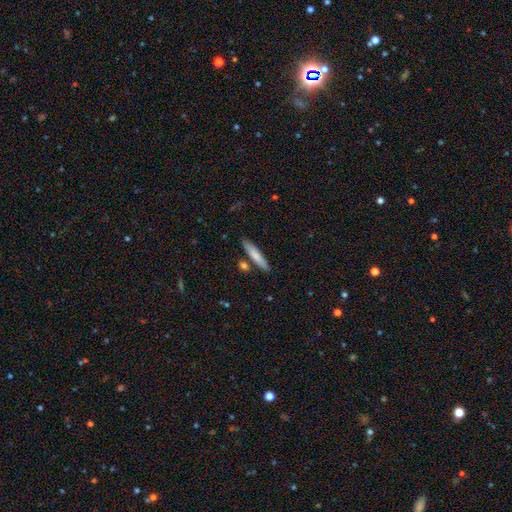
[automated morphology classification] Smooth or featured: smooth — 75% (featured or disk — 19%)
How rounded: cigar-shaped — 88% (in between — 10%)
Merging: none — 83% (minor disturbance — 10%)